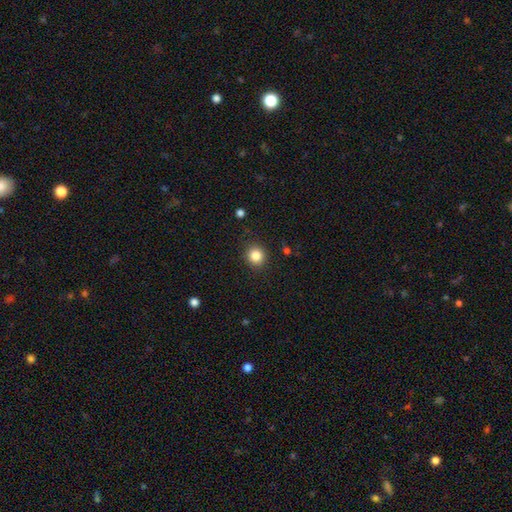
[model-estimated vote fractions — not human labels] This appears to be a smooth galaxy with no disk features (85%) that is round (90%). Merging: none (90%).